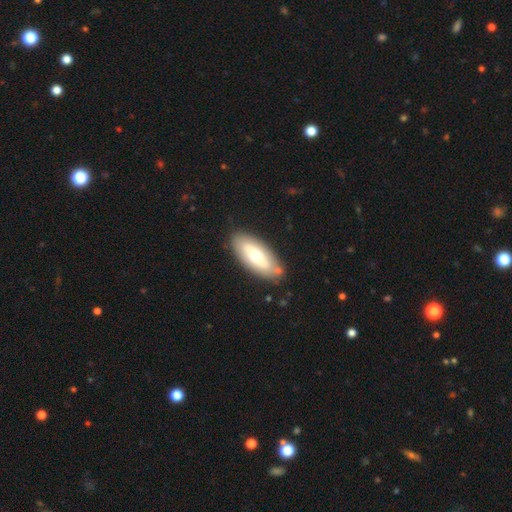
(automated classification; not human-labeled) smooth-or-featured: smooth: 58% | featured or disk: 37% | star or artifact: 5%
  how-rounded: in between: 82% | cigar-shaped: 15% | round: 2%
  merging: none: 79% | minor disturbance: 14% | merger: 4% | major disturbance: 3%